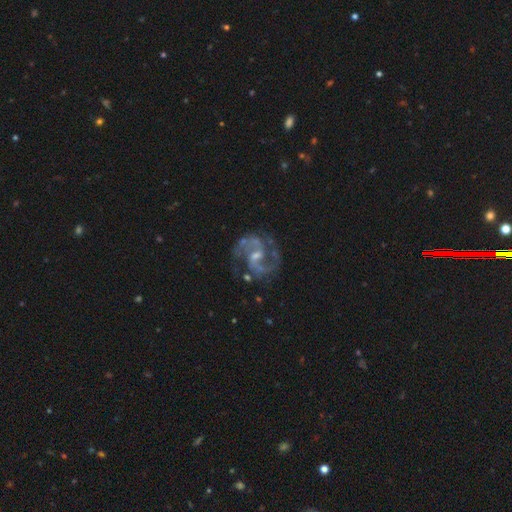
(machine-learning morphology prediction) Smooth or featured? Predicted: featured or disk (p=0.91). Edge-on disk? Predicted: no (p=0.98). Bar? Predicted: weak (p=0.55). Spiral arms? Predicted: yes (p=0.98). Spiral winding? Predicted: medium (p=0.65). Spiral arm count? Predicted: 2 (p=0.90). Bulge size? Predicted: small (p=0.52). Merging? Predicted: none (p=0.74).